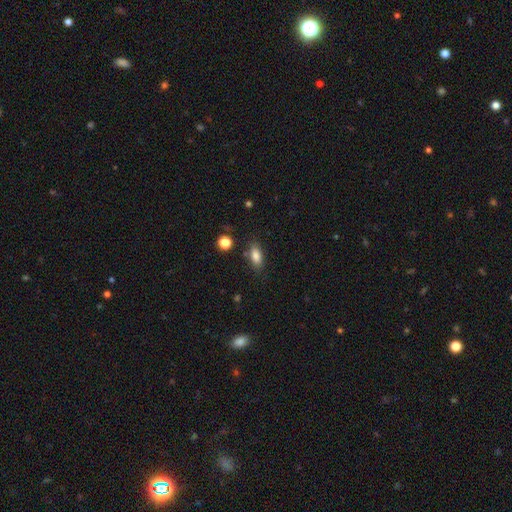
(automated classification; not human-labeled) The model was most divided on "merging": none: 78%, minor disturbance: 14%, merger: 4%, major disturbance: 4%. More confident: how rounded — in between (83%); smooth or featured — smooth (83%).